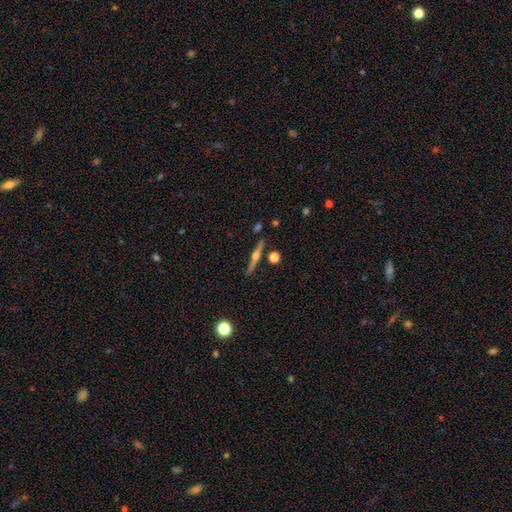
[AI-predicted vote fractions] This appears to be a featured or disk galaxy (75%) viewed edge-on (98%) with a rounded central bulge (91%). Merging: none (85%).